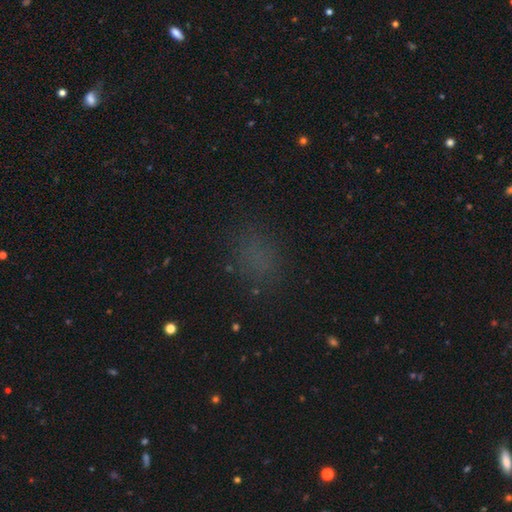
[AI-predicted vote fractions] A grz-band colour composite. It shows a smooth galaxy with no disk features (62%) that is round (50%). Merging: none (80%).